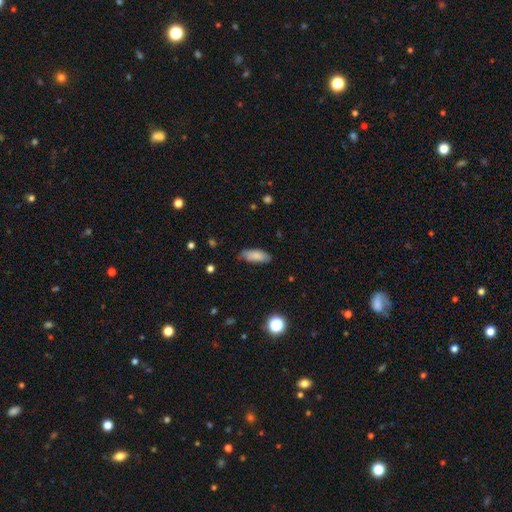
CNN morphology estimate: Overall: smooth (82%). How rounded: in between (75%). Merging: none (76%).